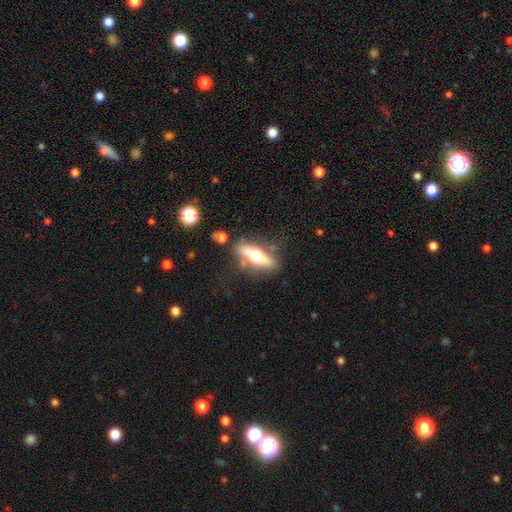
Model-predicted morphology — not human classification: Smooth or featured: featured or disk — 54% (smooth — 39%)
Edge-on disk: yes — 87% (no — 13%)
Merging: none — 77% (minor disturbance — 13%)